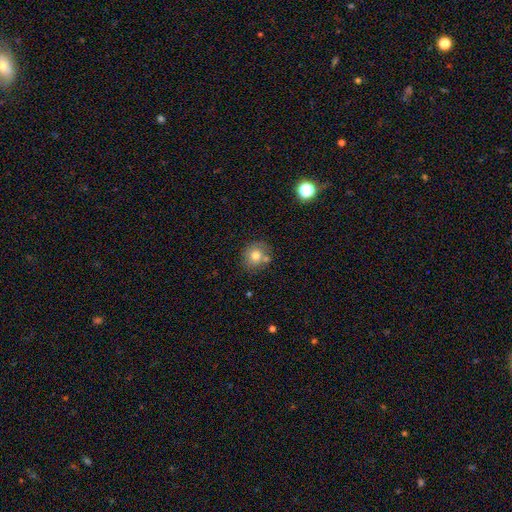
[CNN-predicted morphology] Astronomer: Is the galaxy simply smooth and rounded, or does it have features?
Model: smooth — 75%.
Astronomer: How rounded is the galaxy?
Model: round — 82%.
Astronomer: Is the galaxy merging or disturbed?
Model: none — 67%.